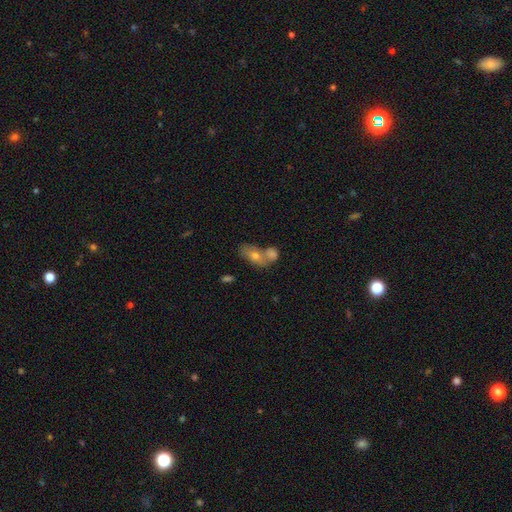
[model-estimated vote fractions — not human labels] Smooth or featured? Predicted: smooth (p=0.61). How rounded? Predicted: in between (p=0.81). Merging? Predicted: merger (p=0.51).